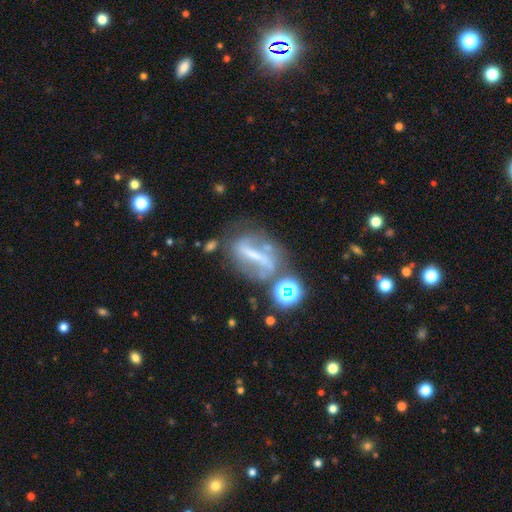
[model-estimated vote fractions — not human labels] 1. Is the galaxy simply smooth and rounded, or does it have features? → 66% featured or disk, 18% smooth, 16% star or artifact.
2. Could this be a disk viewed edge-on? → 83% no, 17% yes.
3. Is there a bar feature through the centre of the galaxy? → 65% strong, 21% weak, 13% no.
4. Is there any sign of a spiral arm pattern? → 60% yes, 40% no.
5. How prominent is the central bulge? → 42% small, 33% none, 20% moderate, 3% large, 2% dominant.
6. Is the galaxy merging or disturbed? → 49% none, 20% minor disturbance, 17% major disturbance, 14% merger.